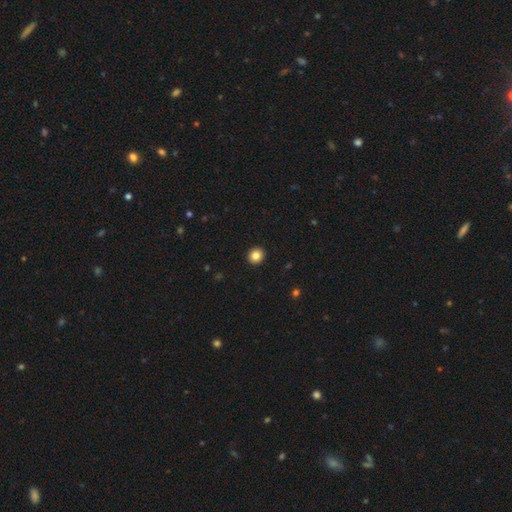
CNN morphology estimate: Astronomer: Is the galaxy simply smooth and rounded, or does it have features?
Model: smooth — 85%.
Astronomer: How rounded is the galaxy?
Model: round — 88%.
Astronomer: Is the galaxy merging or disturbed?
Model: none — 94%.